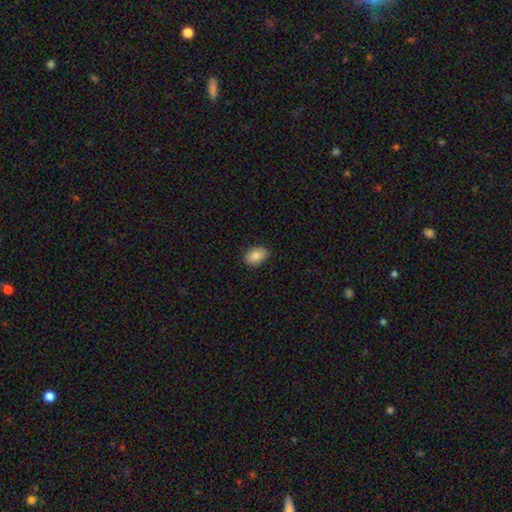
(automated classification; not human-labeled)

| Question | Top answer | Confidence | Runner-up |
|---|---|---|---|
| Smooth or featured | smooth | 85% | star or artifact (8%) |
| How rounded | in between | 80% | round (19%) |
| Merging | none | 88% | minor disturbance (9%) |